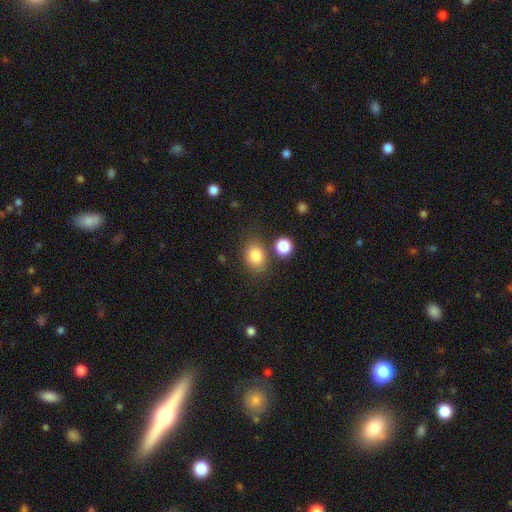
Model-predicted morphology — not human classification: Smooth or featured: smooth — 84% (star or artifact — 10%)
How rounded: in between — 51% (round — 48%)
Merging: none — 72% (minor disturbance — 13%)